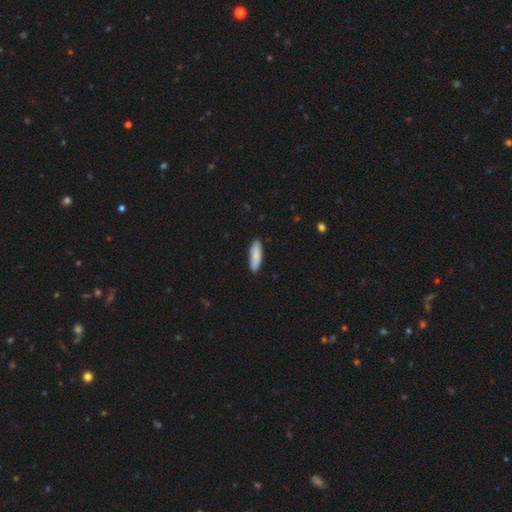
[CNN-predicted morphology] smooth 87%, featured or disk 8%, star or artifact 5%. Down the decision tree: how rounded — cigar-shaped (54%); merging — none (89%).